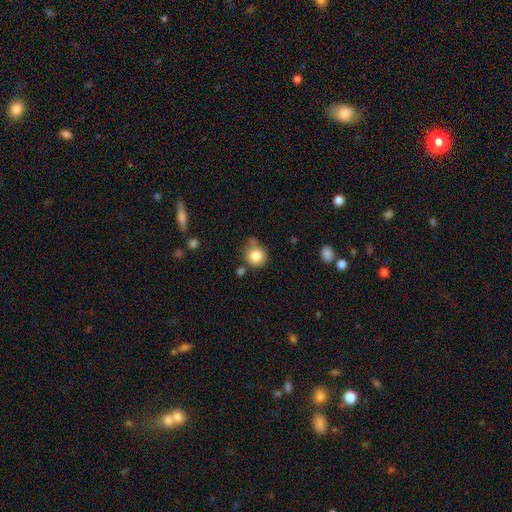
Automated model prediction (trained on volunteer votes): Smooth or featured: smooth — 82% (star or artifact — 10%)
How rounded: round — 86% (in between — 13%)
Merging: none — 64% (minor disturbance — 21%)